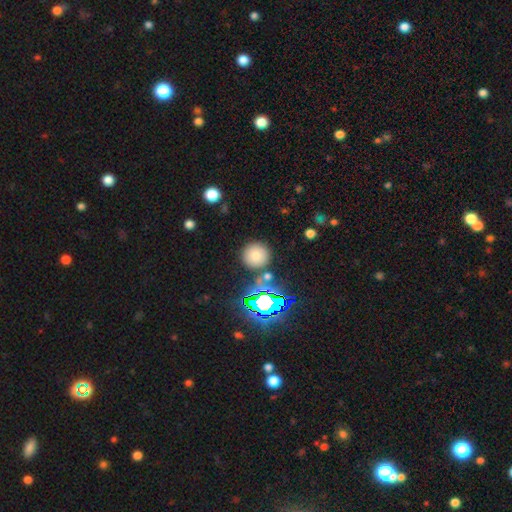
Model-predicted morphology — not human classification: This is likely a smooth galaxy (73%). How rounded: clearly round (94%). Merging: clearly none (82%).